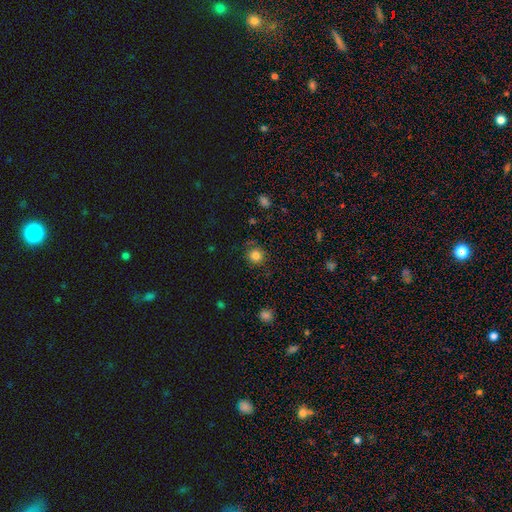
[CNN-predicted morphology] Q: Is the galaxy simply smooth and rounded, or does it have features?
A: smooth — 82%.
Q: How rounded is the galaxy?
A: round — 93%.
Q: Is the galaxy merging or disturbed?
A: none — 85%.